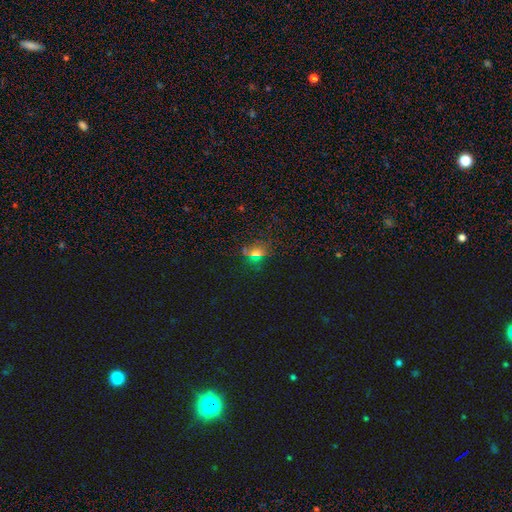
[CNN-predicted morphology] This appears to be a smooth galaxy with no disk features (48%). Merging: none (75%).